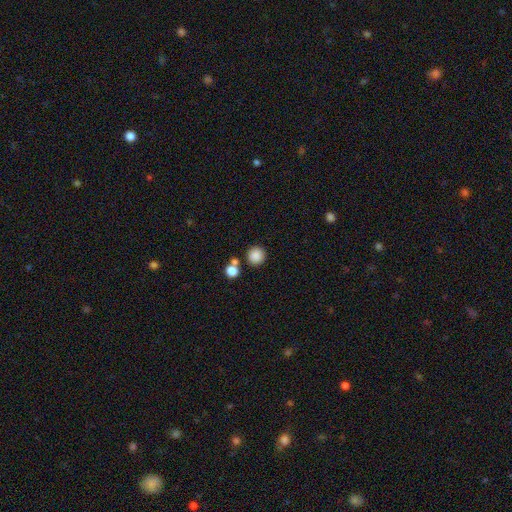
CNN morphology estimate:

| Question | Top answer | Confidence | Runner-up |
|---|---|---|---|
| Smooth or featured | smooth | 86% | star or artifact (11%) |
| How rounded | round | 94% | in between (5%) |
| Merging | none | 81% | merger (10%) |